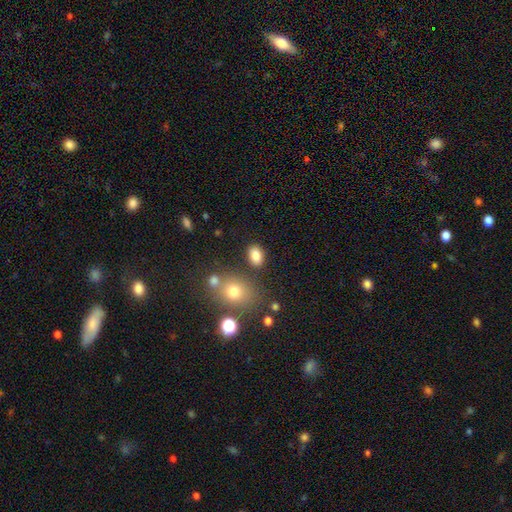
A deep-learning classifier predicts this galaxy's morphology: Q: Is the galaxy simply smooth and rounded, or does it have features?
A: smooth — 82%.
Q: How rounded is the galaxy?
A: in between — 76%.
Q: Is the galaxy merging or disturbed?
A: none — 80%.